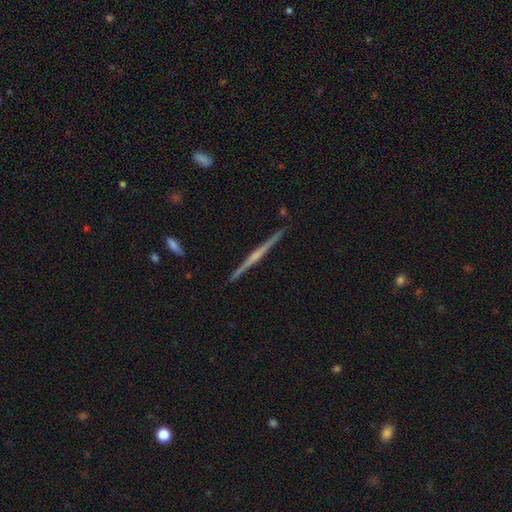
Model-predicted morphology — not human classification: Smooth or featured?
  - featured or disk: 79% *
  - smooth: 15%
  - star or artifact: 5%
Edge-on disk?
  - yes: 99% *
  - no: 1%
Edge-on bulge?
  - rounded: 51% *
  - none: 37%
  - boxy: 12%
Merging?
  - none: 92% *
  - minor disturbance: 6%
  - major disturbance: 1%
  - merger: 1%